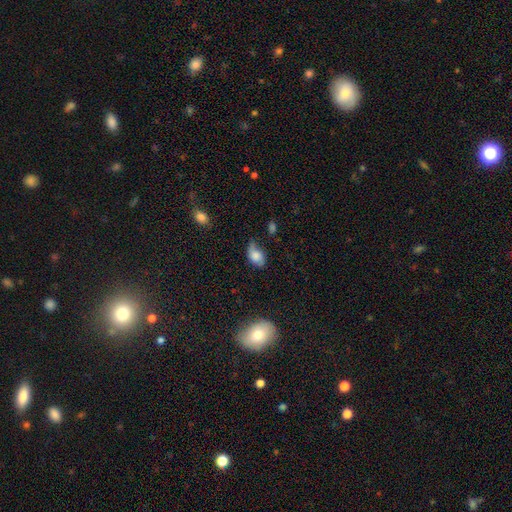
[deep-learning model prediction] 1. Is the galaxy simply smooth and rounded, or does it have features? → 68% smooth, 23% featured or disk, 9% star or artifact.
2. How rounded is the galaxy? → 86% in between, 12% round, 2% cigar-shaped.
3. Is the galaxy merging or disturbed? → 47% none, 38% minor disturbance, 12% major disturbance, 3% merger.